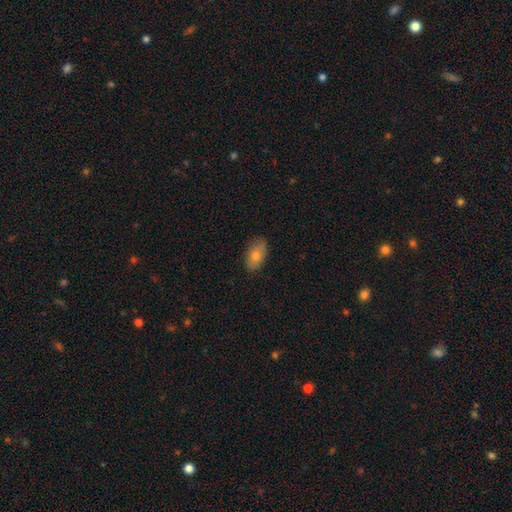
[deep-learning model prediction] Morphology: type=smooth (73%); roundness=in between (91%); merging=none (83%).